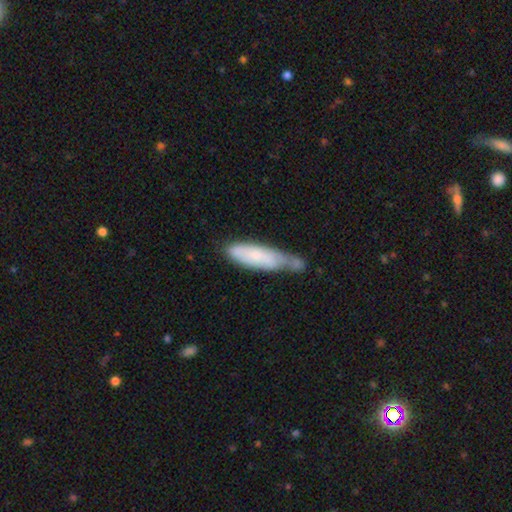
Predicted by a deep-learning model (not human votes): This is likely a smooth galaxy (68%). How rounded: likely cigar-shaped (61%). Merging: marginally none (33%).